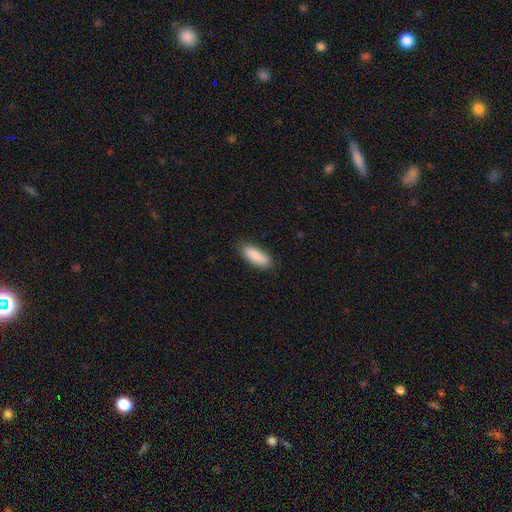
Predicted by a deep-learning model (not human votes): The model was most divided on "how rounded": in between: 64%, cigar-shaped: 34%, round: 2%. More confident: smooth or featured — smooth (89%); merging — none (86%).